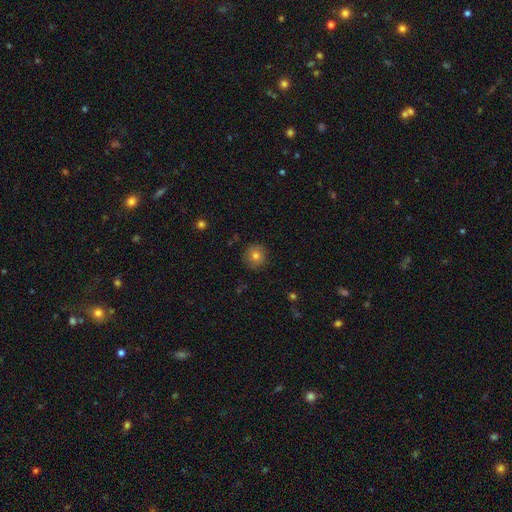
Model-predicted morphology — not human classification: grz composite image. It shows a smooth galaxy with no disk features (78%) that is round (94%). Merging: none (89%).